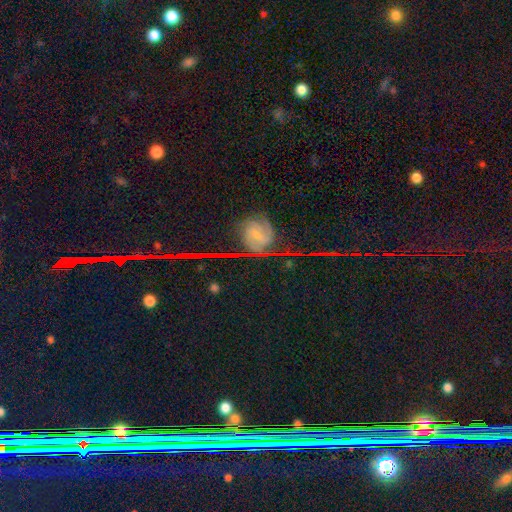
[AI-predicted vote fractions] A star or artifact, not a galaxy (73%).